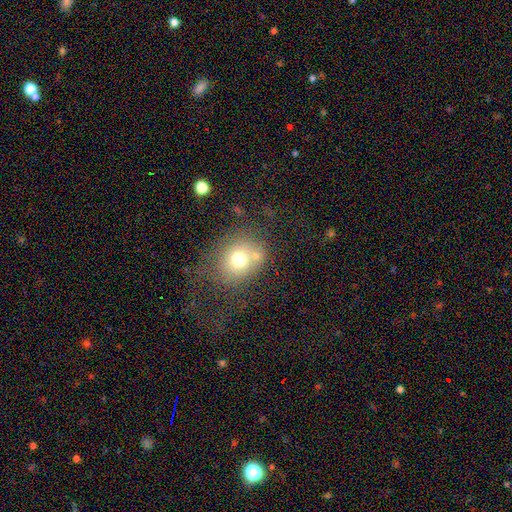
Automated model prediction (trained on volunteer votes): Overall: smooth (68%). How rounded: round (68%; in between 31%). Merging: none (52%; merger 19%).